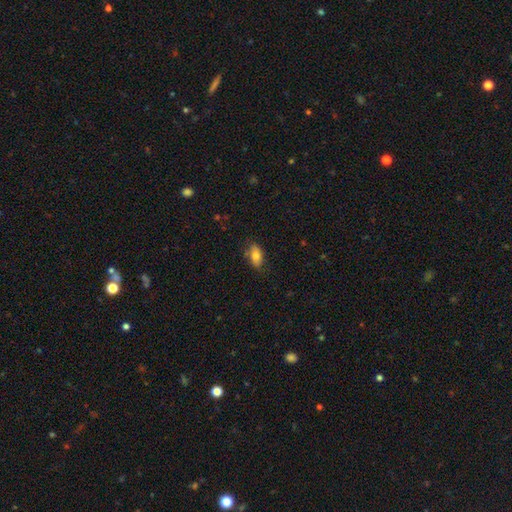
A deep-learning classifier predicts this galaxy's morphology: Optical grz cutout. It shows a smooth galaxy with no disk features (75%) that is in between round and cigar-shaped (90%). Merging: none (76%).